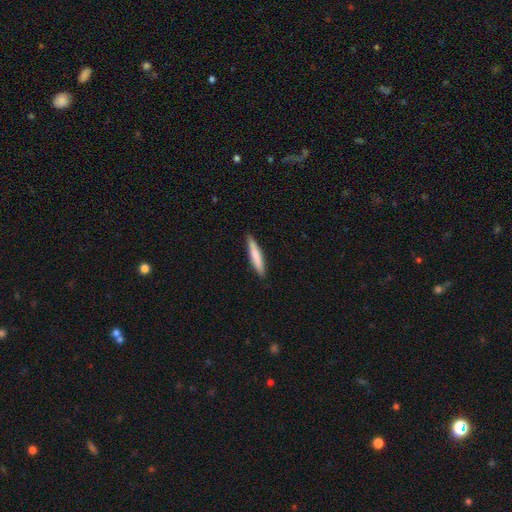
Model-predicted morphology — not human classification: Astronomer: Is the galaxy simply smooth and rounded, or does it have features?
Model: smooth — 75%.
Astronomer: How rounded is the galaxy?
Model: cigar-shaped — 93%.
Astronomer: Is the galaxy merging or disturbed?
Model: none — 91%.